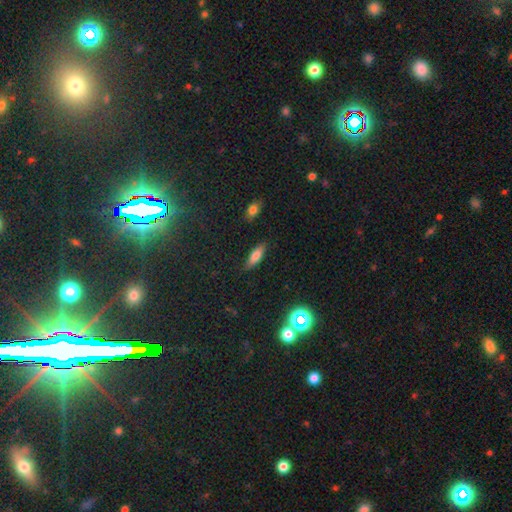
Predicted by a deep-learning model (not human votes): Smooth or featured?
  - smooth: 73% *
  - featured or disk: 17%
  - star or artifact: 10%
How rounded?
  - in between: 55% *
  - cigar-shaped: 43%
  - round: 3%
Merging?
  - none: 84% *
  - minor disturbance: 12%
  - major disturbance: 3%
  - merger: 2%